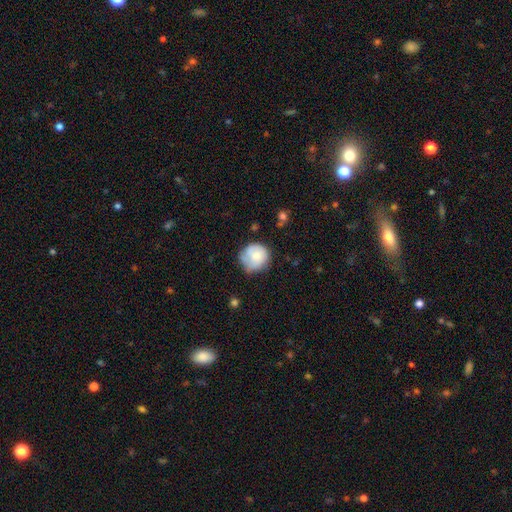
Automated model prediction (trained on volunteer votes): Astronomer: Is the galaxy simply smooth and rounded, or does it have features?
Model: smooth — 68%.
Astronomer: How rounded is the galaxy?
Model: round — 88%.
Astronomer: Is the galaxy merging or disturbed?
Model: none — 58%.